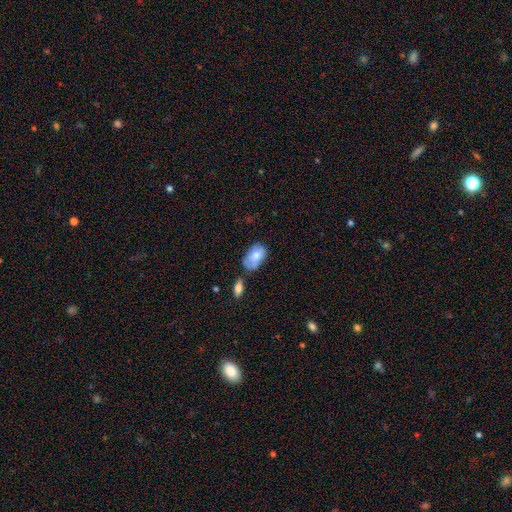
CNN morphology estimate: Overall: smooth (70%). How rounded: in between (89%). Merging: none (43%; minor disturbance 33%).